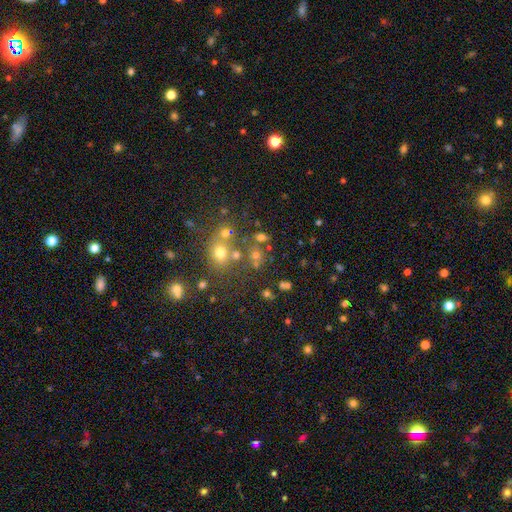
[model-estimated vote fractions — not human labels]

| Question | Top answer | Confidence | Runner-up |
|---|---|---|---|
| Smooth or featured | smooth | 55% | star or artifact (31%) |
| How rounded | round | 75% | in between (23%) |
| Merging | none | 61% | merger (22%) |